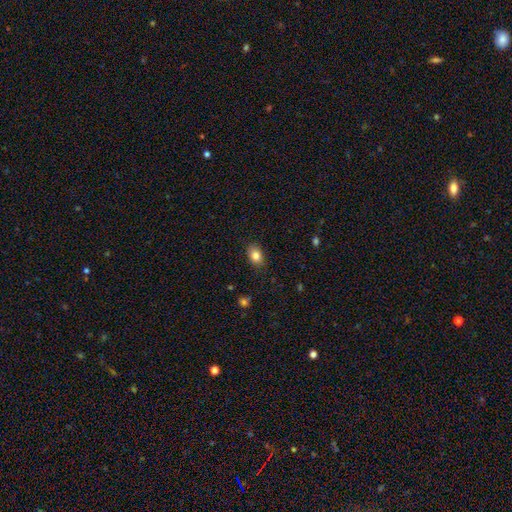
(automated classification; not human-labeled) A smooth galaxy with no disk features (84%) that is in between round and cigar-shaped (79%).

Vote fractions:
- Smooth or featured? smooth: 84% / star or artifact: 9% / featured or disk: 7%
- How rounded? in between: 79% / round: 20% / cigar-shaped: 1%
- Merging? none: 86% / minor disturbance: 10% / major disturbance: 2% / merger: 1%